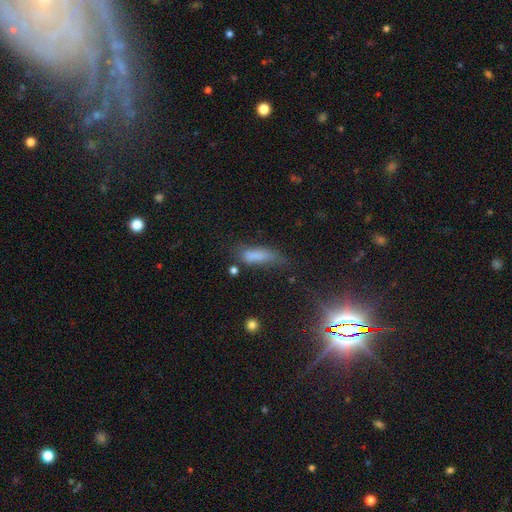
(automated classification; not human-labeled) smooth-or-featured: smooth: 74% | featured or disk: 14% | star or artifact: 12%
  how-rounded: cigar-shaped: 51% | in between: 46% | round: 3%
  merging: none: 40% | minor disturbance: 32% | major disturbance: 22% | merger: 6%